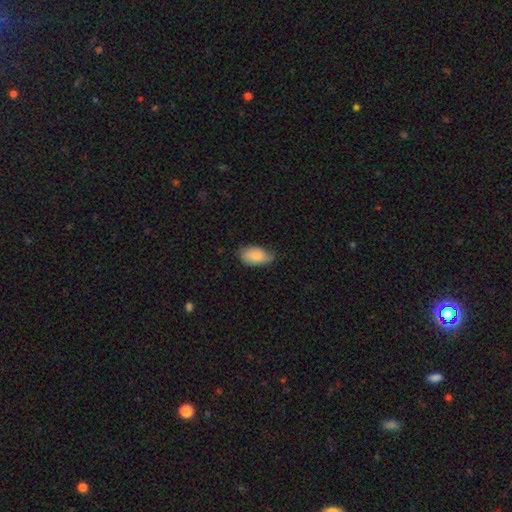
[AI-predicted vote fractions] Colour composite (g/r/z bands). It shows a smooth galaxy with no disk features (81%) that is in between round and cigar-shaped (93%). Merging: none (56%).